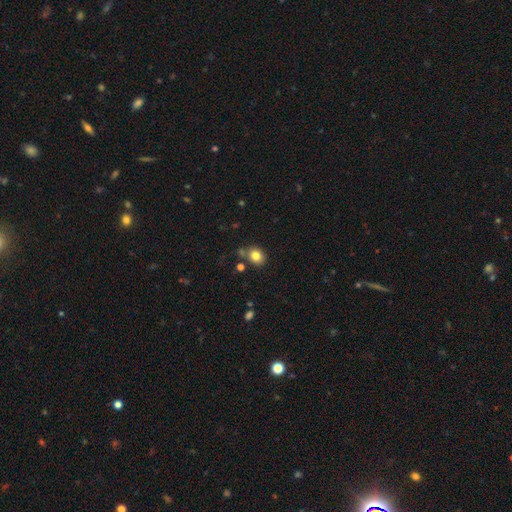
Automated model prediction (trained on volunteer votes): smooth 81%, star or artifact 11%, featured or disk 9%. Down the decision tree: how rounded — round (58%); merging — none (71%).